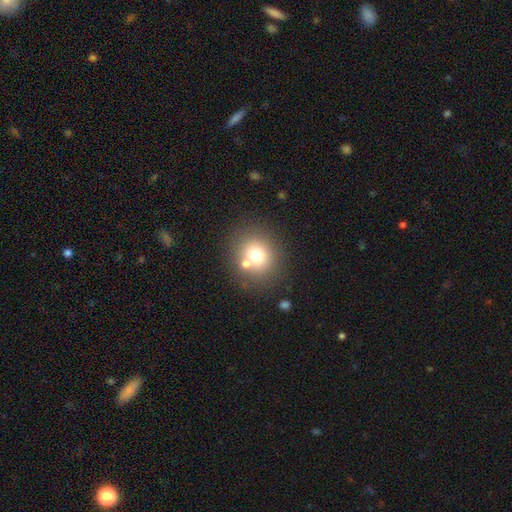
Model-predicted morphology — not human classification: A smooth galaxy with no disk features (70%) that is round (83%). Merging: none (71%).